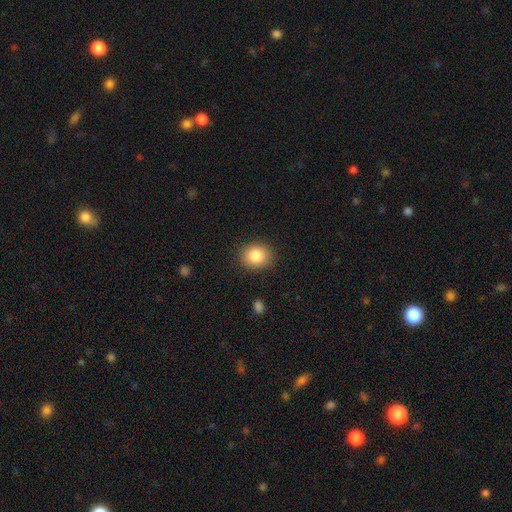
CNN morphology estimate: Smooth or featured?
  - smooth: 86% *
  - star or artifact: 9%
  - featured or disk: 6%
How rounded?
  - round: 69% *
  - in between: 30%
  - cigar-shaped: 1%
Merging?
  - none: 88% *
  - minor disturbance: 9%
  - major disturbance: 2%
  - merger: 1%